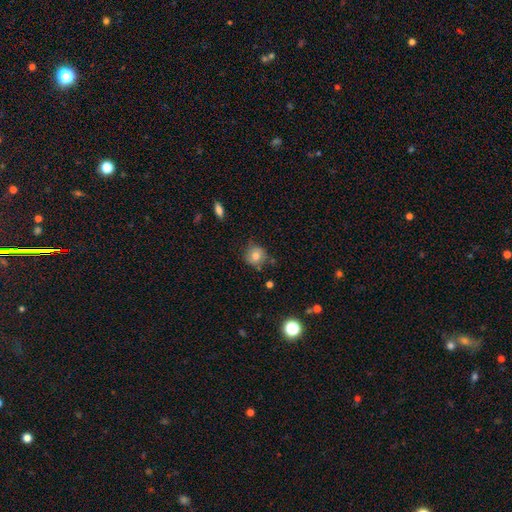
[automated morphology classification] Smooth or featured: smooth — 75% (featured or disk — 14%)
How rounded: round — 89% (in between — 10%)
Merging: none — 72% (minor disturbance — 20%)